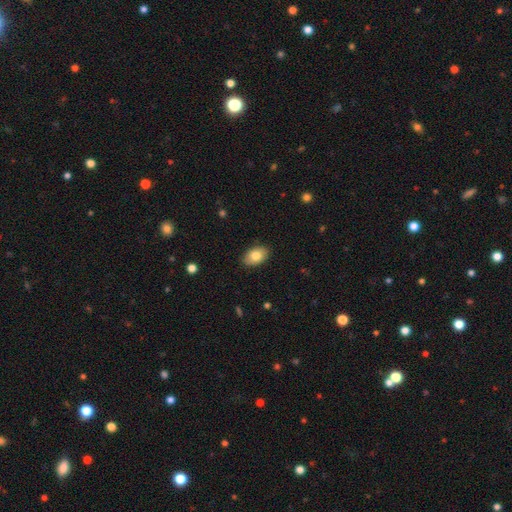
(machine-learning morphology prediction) smooth_or_featured: smooth (p=0.81) [alt: featured or disk p=0.12]
how_rounded: in between (p=0.90) [alt: round p=0.09]
merging: none (p=0.88) [alt: minor disturbance p=0.09]